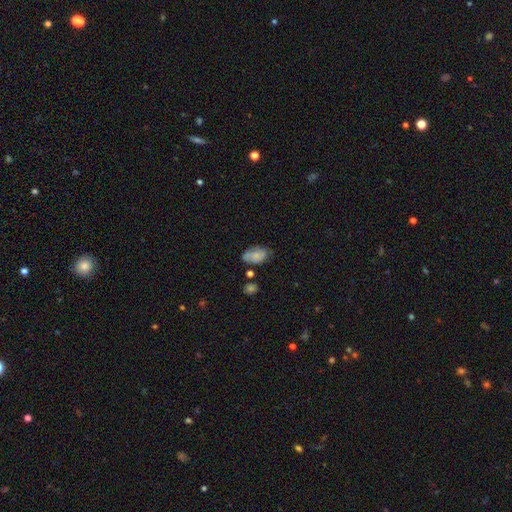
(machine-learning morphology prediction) A smooth galaxy with no disk features (64%) that is in between round and cigar-shaped (91%). Merging: none (59%).